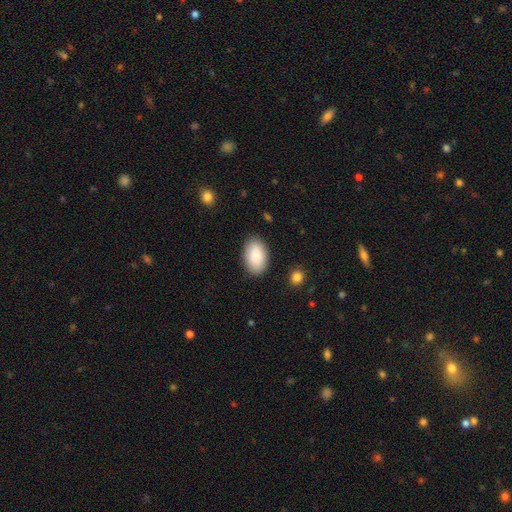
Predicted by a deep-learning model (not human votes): Smooth or featured? smooth (89%)
How rounded? in between (94%)
Merging? none (87%)